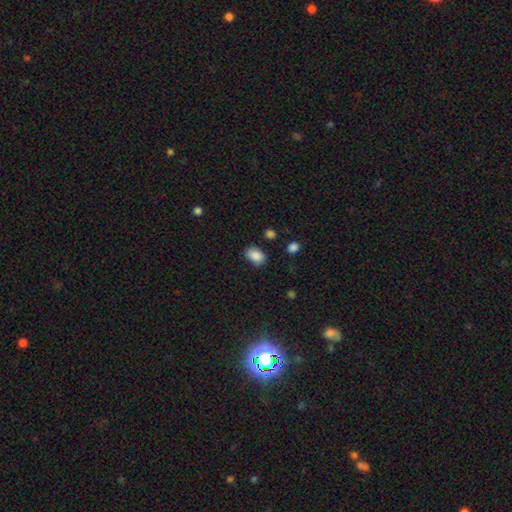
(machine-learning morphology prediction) Smooth or featured?
  - smooth: 88% *
  - star or artifact: 8%
  - featured or disk: 4%
How rounded?
  - in between: 83% *
  - round: 16%
  - cigar-shaped: 1%
Merging?
  - none: 81% *
  - minor disturbance: 13%
  - major disturbance: 3%
  - merger: 2%